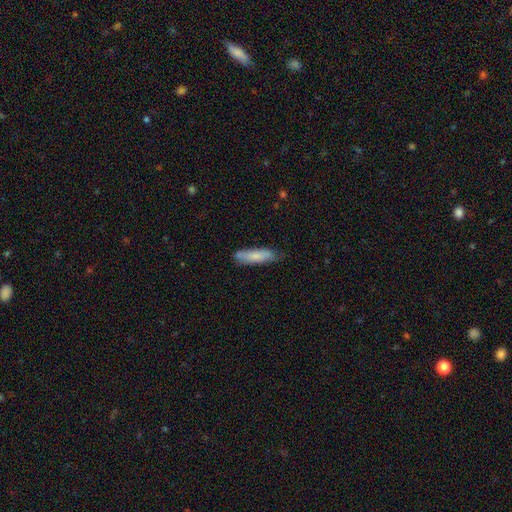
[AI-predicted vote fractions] A smooth galaxy with no disk features (76%) that is cigar-shaped (69%). Merging: none (74%).